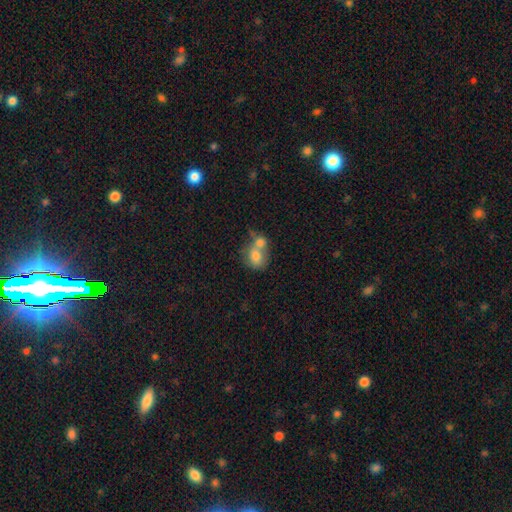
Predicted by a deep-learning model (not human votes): Overall: smooth (75%). How rounded: round (52%; in between 46%). Merging: merger (66%).